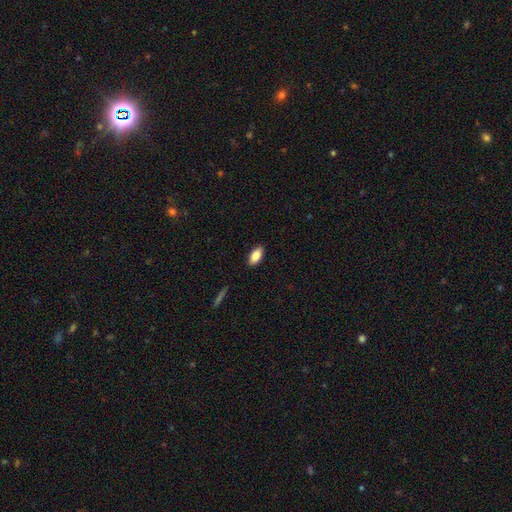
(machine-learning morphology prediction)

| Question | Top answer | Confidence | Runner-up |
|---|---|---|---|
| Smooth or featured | smooth | 87% | star or artifact (7%) |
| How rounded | in between | 91% | cigar-shaped (6%) |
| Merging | none | 88% | minor disturbance (9%) |